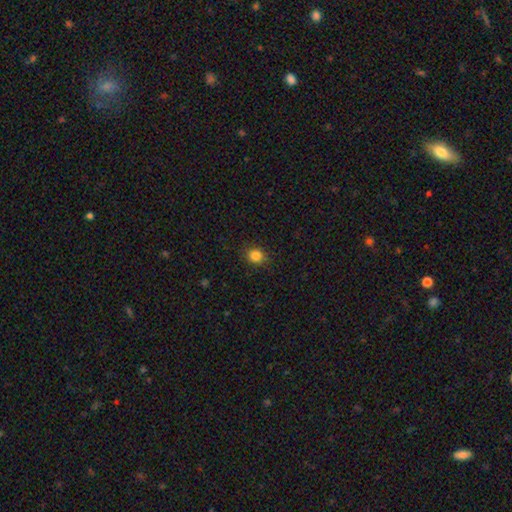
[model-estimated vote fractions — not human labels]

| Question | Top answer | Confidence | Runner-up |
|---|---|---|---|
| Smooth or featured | smooth | 84% | star or artifact (12%) |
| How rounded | round | 81% | in between (19%) |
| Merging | none | 89% | minor disturbance (8%) |